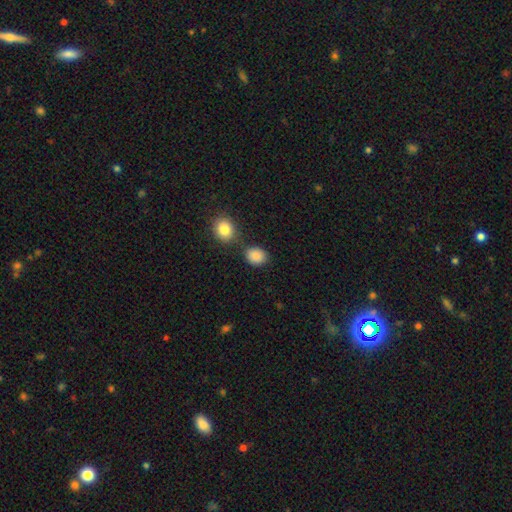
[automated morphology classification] This is clearly a smooth galaxy (85%). How rounded: likely round (62%). Merging: likely none (72%).